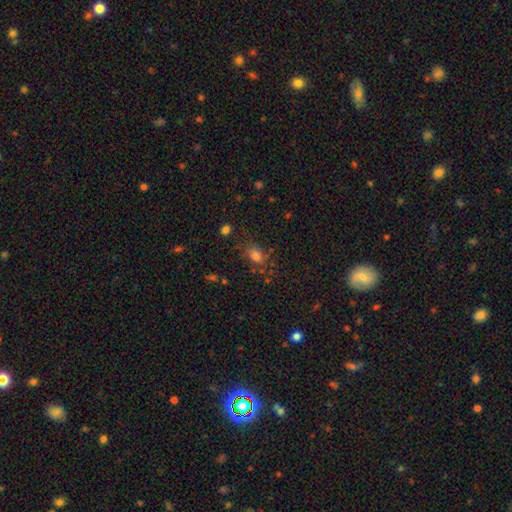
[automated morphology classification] Smooth or featured?
  - smooth: 71% *
  - star or artifact: 19%
  - featured or disk: 10%
How rounded?
  - in between: 71% *
  - round: 27%
  - cigar-shaped: 2%
Merging?
  - none: 69% *
  - minor disturbance: 19%
  - major disturbance: 8%
  - merger: 4%